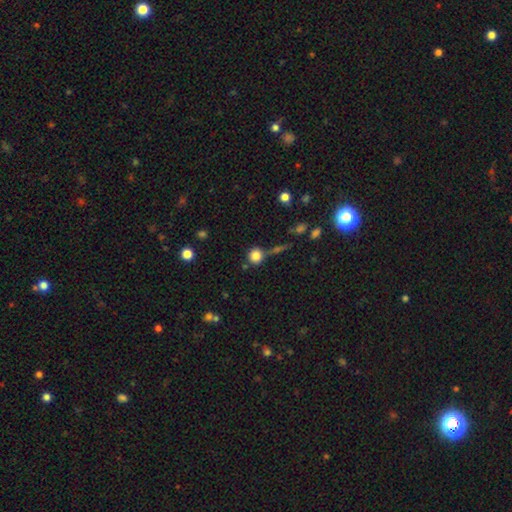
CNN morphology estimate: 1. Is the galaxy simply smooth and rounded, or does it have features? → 82% smooth, 11% star or artifact, 7% featured or disk.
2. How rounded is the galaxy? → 90% round, 9% in between, 1% cigar-shaped.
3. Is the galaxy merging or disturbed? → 69% none, 15% merger, 12% minor disturbance, 5% major disturbance.